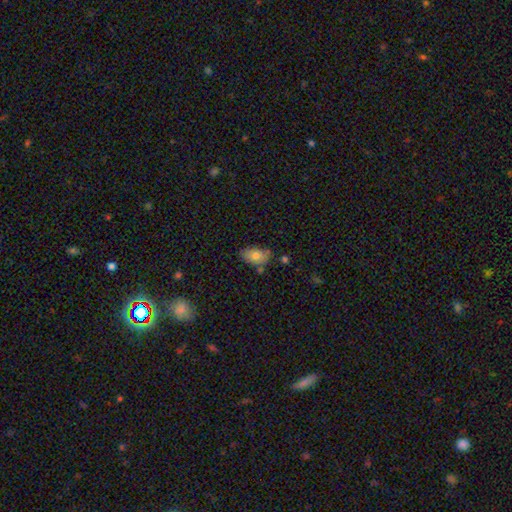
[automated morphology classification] The model was most divided on "merging": none: 60%, minor disturbance: 27%, merger: 8%, major disturbance: 6%. More confident: how rounded — in between (90%); smooth or featured — smooth (75%).